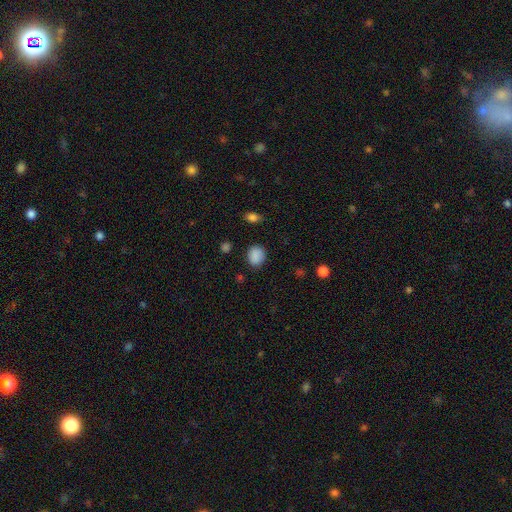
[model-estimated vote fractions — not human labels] Smooth or featured: smooth — 87% (star or artifact — 9%)
How rounded: round — 60% (in between — 39%)
Merging: none — 80% (minor disturbance — 15%)